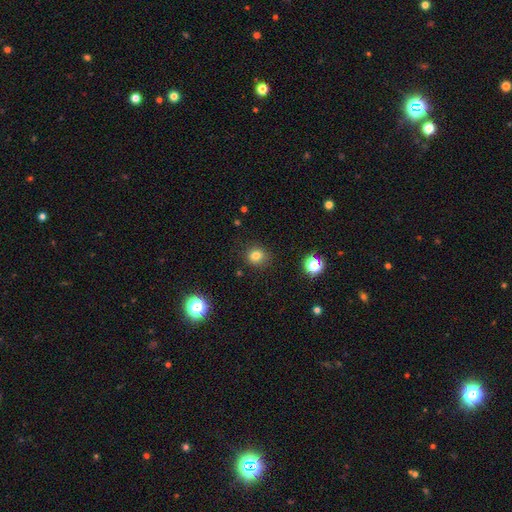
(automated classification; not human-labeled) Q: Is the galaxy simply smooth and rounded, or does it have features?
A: smooth — 78%.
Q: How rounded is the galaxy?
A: round — 81%.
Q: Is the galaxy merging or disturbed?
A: none — 84%.